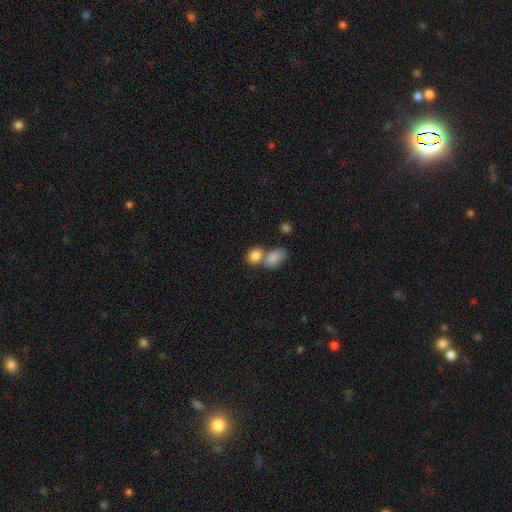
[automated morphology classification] smooth 84%, star or artifact 8%, featured or disk 8%. Down the decision tree: how rounded — in between (65%); merging — merger (53%).